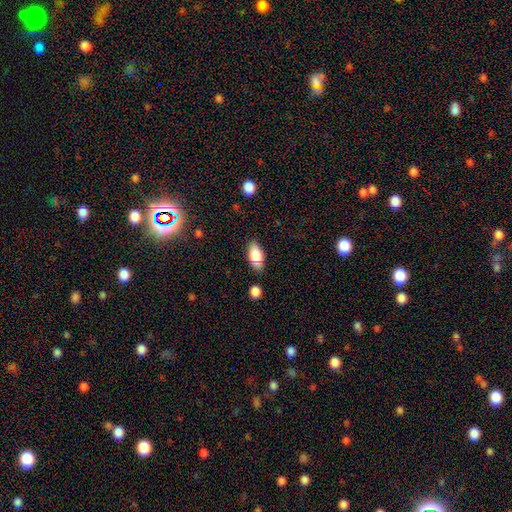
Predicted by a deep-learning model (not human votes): Morphology: type=smooth (81%); roundness=in between (87%); merging=none (82%).